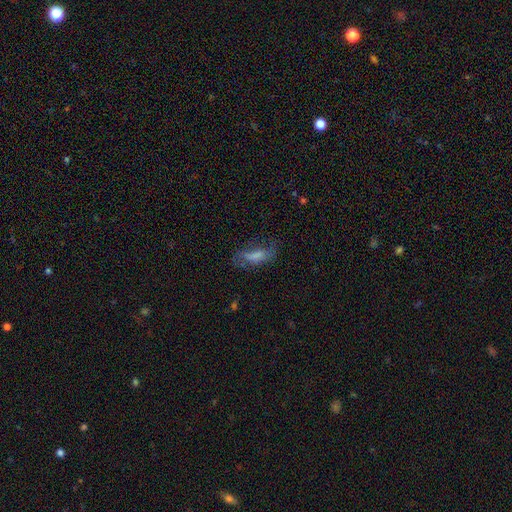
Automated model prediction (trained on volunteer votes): This is possibly a smooth galaxy (59%). How rounded: likely in between (62%). Merging: marginally none (41%).